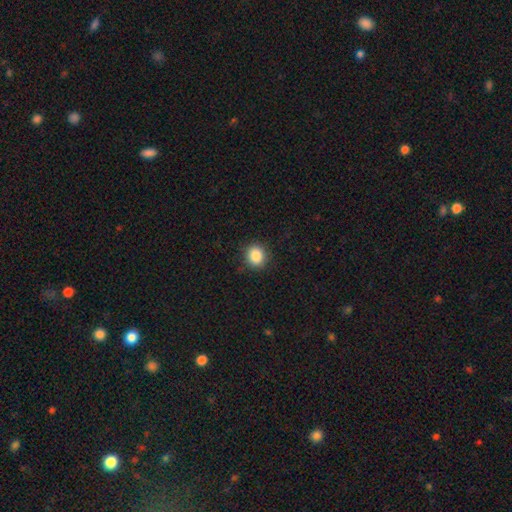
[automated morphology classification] Overall: smooth (87%). How rounded: round (82%). Merging: none (89%).